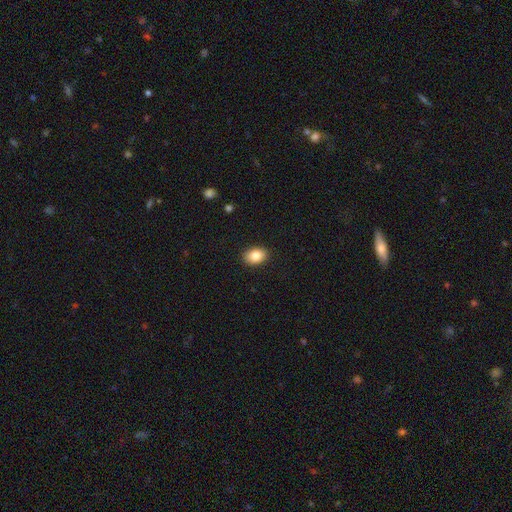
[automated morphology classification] Smooth or featured? smooth (84%)
How rounded? in between (80%)
Merging? none (89%)